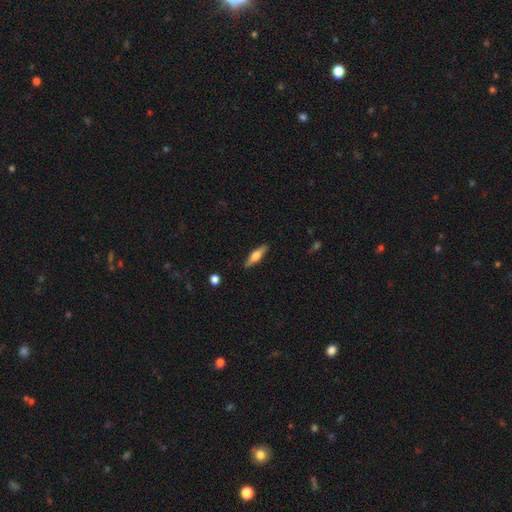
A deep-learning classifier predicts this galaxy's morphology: A smooth galaxy with no disk features (49%). Merging: none (88%).